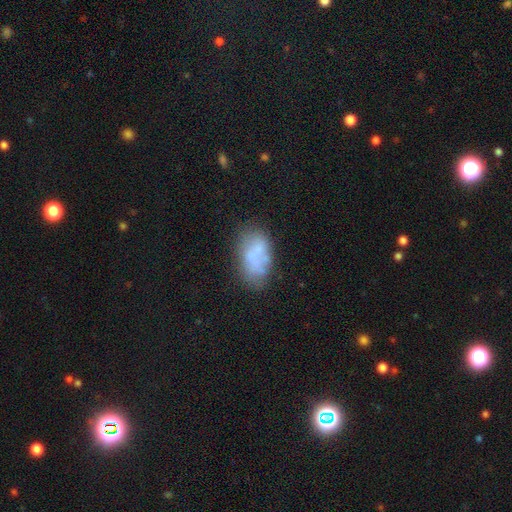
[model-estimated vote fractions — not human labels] smooth_or_featured: smooth (p=0.55) [alt: featured or disk p=0.35]
how_rounded: in between (p=0.91) [alt: round p=0.07]
merging: none (p=0.46) [alt: minor disturbance p=0.25]